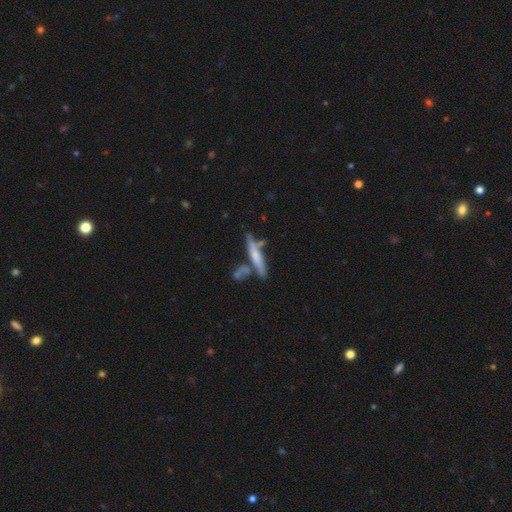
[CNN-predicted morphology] The model was most divided on "smooth or featured": smooth: 47%, featured or disk: 46%, star or artifact: 7%. More confident: merging — none (58%).